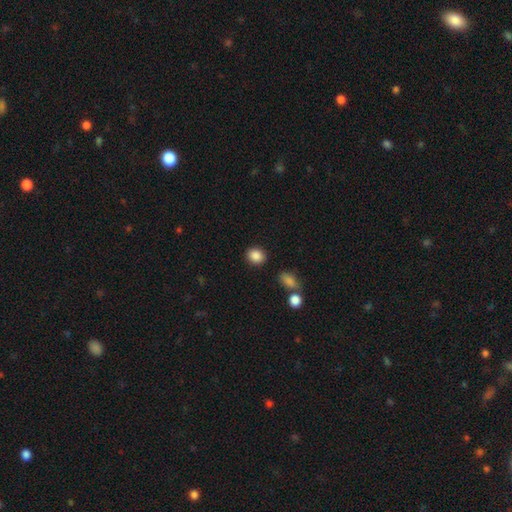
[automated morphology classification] Smooth or featured? smooth (88%)
How rounded? round (66%)
Merging? none (87%)